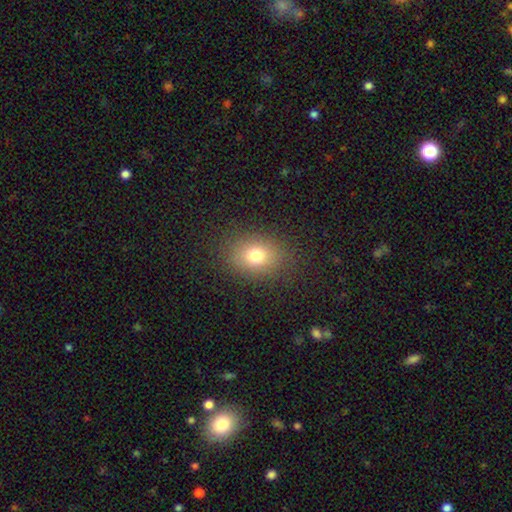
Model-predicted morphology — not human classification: The model was most divided on "how rounded": in between: 54%, round: 44%, cigar-shaped: 1%. More confident: merging — none (84%); smooth or featured — smooth (74%).